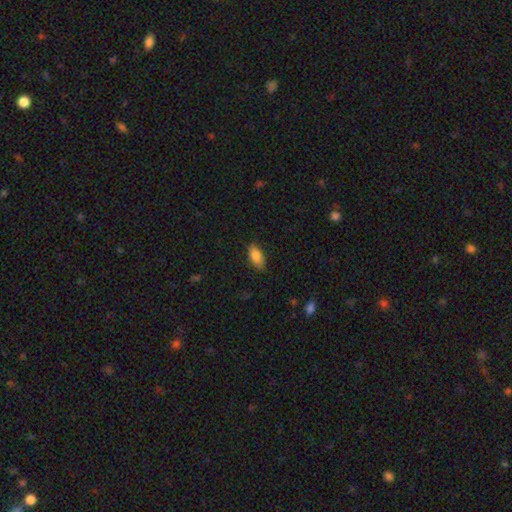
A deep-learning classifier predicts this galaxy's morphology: Smooth or featured: smooth — 84% (featured or disk — 8%)
How rounded: in between — 88% (cigar-shaped — 8%)
Merging: none — 77% (minor disturbance — 19%)